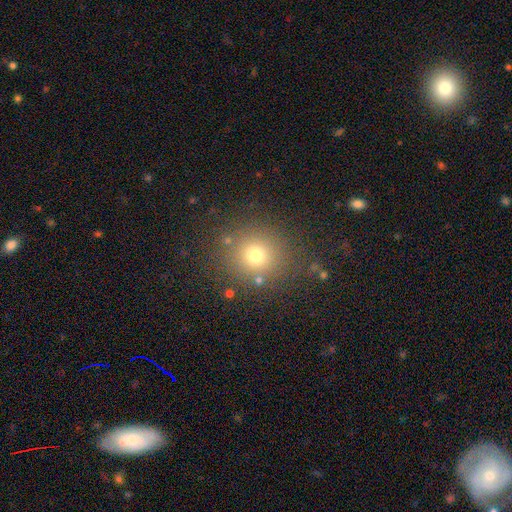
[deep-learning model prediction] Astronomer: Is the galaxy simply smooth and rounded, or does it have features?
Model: smooth — 71%.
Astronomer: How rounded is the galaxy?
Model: round — 90%.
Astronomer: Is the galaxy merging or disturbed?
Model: none — 85%.